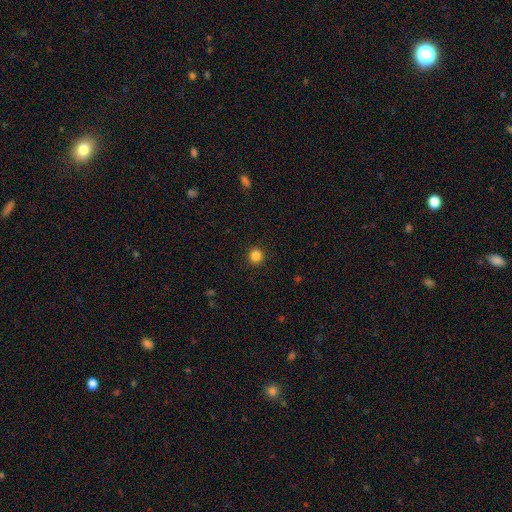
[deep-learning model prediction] Q: Smooth or featured?
A: smooth (85%); runner-up: star or artifact (12%)
Q: How rounded?
A: round (94%); runner-up: in between (5%)
Q: Merging?
A: none (92%); runner-up: minor disturbance (5%)